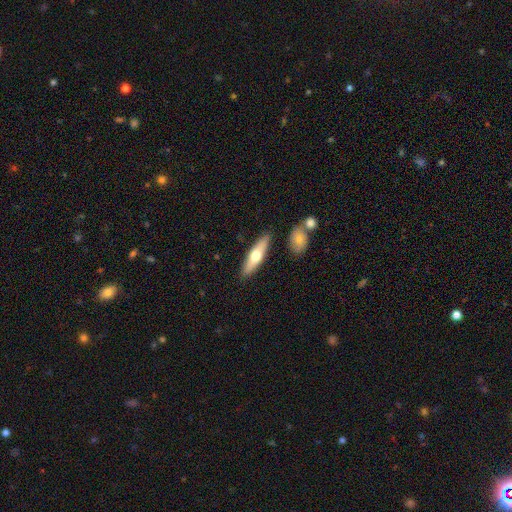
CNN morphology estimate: Smooth or featured? smooth (54%)
How rounded? cigar-shaped (68%)
Merging? none (87%)